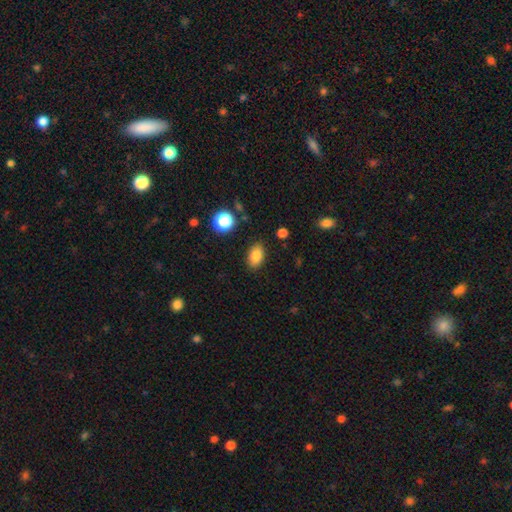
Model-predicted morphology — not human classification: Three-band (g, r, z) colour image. It shows a smooth galaxy with no disk features (84%) that is in between round and cigar-shaped (87%). Merging: none (86%).